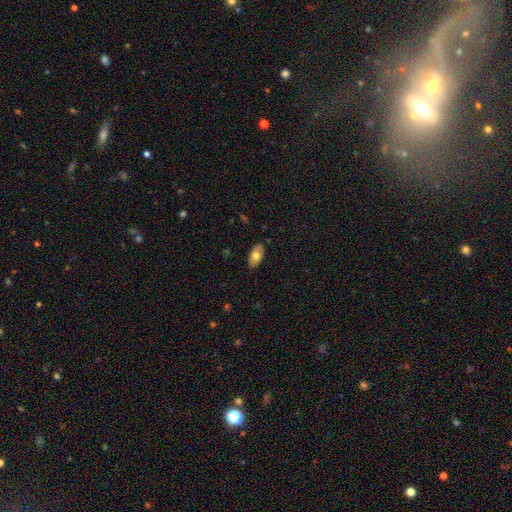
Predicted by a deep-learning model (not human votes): This appears to be a smooth galaxy with no disk features (66%) that is in between round and cigar-shaped (93%). Merging: none (85%).